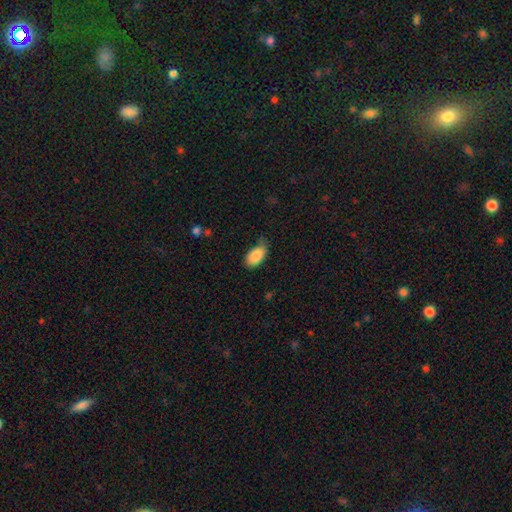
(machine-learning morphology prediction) Smooth or featured? smooth (87%)
How rounded? in between (95%)
Merging? none (66%)